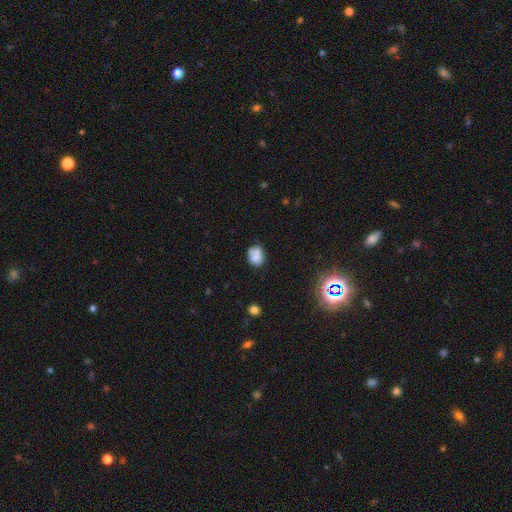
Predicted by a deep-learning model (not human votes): A smooth galaxy with no disk features (61%) that is in between round and cigar-shaped (50%).

Vote fractions:
- Smooth or featured? smooth: 61% / featured or disk: 26% / star or artifact: 13%
- How rounded? in between: 50% / round: 49% / cigar-shaped: 1%
- Merging? none: 43% / merger: 28% / minor disturbance: 20% / major disturbance: 9%